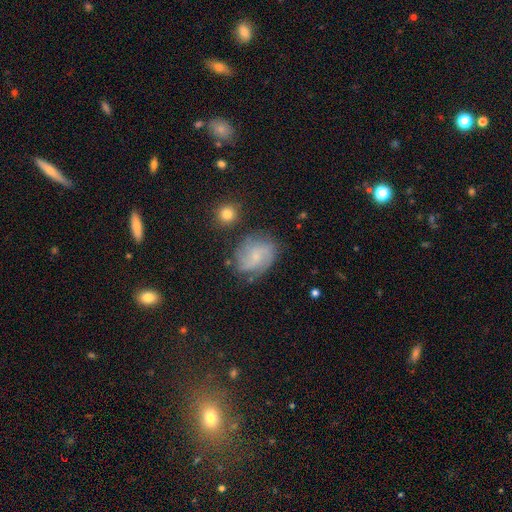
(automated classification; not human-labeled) Smooth or featured: featured or disk — 63% (smooth — 28%)
Edge-on disk: no — 97% (yes — 3%)
Bar: no — 52% (weak — 42%)
Spiral arms: yes — 90% (no — 10%)
Spiral winding: medium — 44% (loose — 33%)
Spiral arm count: 2 — 50% (can't tell — 22%)
Bulge size: small — 61% (none — 18%)
Merging: none — 70% (minor disturbance — 19%)